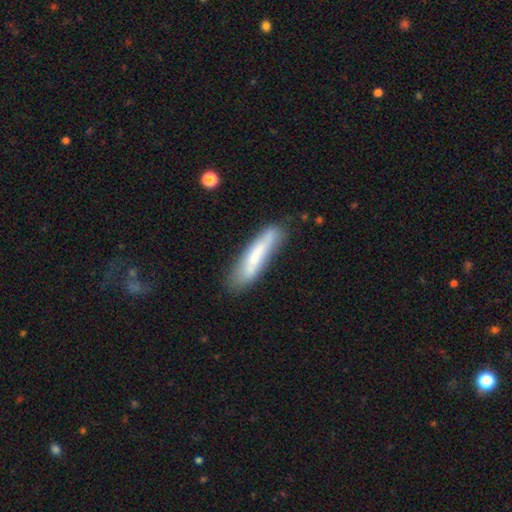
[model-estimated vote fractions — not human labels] Smooth or featured? smooth (66%)
How rounded? cigar-shaped (84%)
Merging? none (69%)